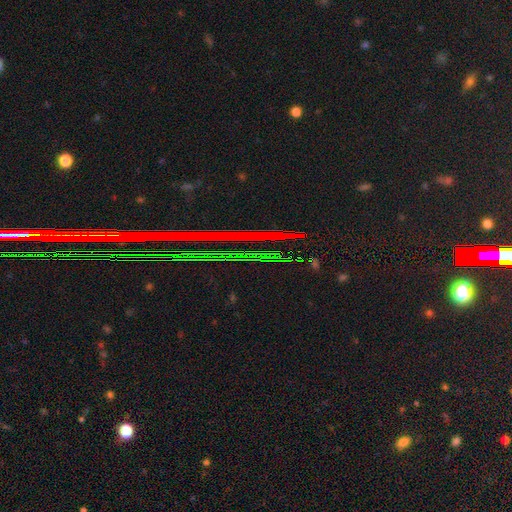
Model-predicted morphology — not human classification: A star or artifact, not a galaxy (84%).